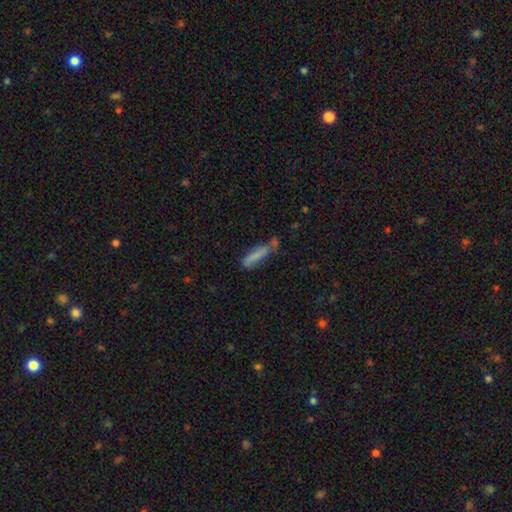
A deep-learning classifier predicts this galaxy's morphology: A smooth galaxy with no disk features (77%) that is cigar-shaped (73%).

Vote fractions:
- Smooth or featured? smooth: 77% / featured or disk: 16% / star or artifact: 7%
- How rounded? cigar-shaped: 73% / in between: 25% / round: 2%
- Merging? none: 52% / minor disturbance: 24% / merger: 17% / major disturbance: 8%